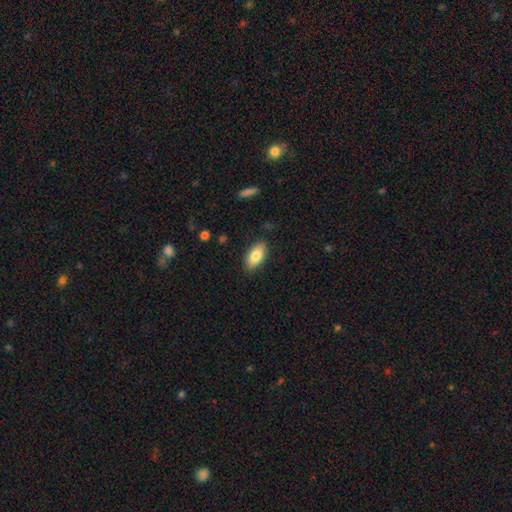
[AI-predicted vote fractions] smooth_or_featured: smooth (p=0.83) [alt: featured or disk p=0.10]
how_rounded: in between (p=0.91) [alt: cigar-shaped p=0.06]
merging: none (p=0.87) [alt: minor disturbance p=0.10]